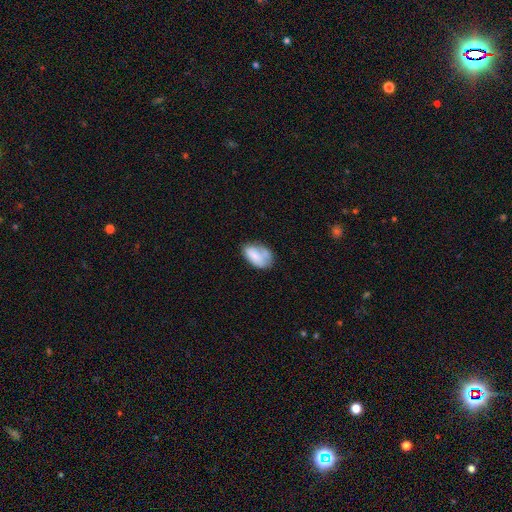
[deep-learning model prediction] Smooth or featured? smooth (72%)
How rounded? in between (92%)
Merging? none (49%)